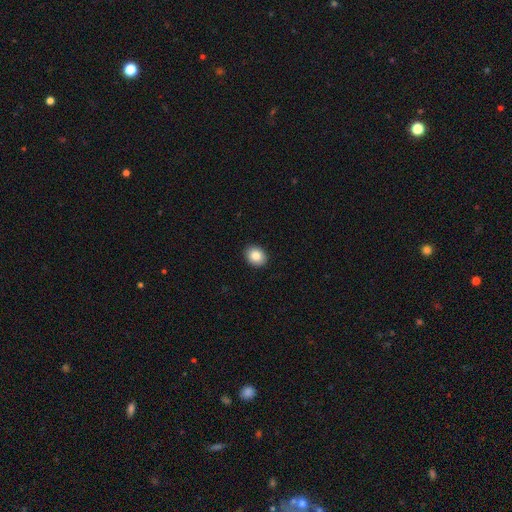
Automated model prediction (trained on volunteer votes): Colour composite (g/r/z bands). It shows a smooth galaxy with no disk features (85%) that is round (52%). Merging: none (91%).